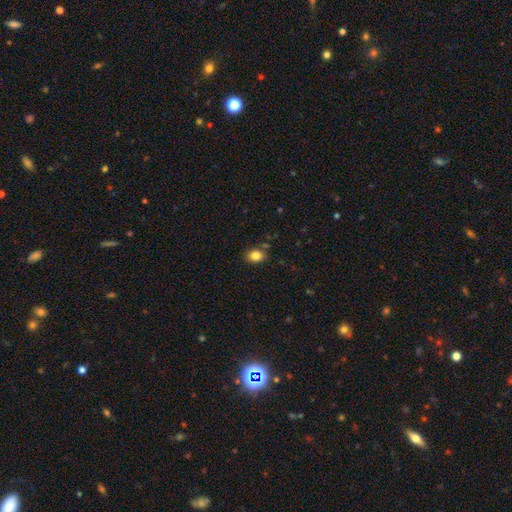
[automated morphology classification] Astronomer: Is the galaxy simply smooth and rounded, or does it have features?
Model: smooth — 83%.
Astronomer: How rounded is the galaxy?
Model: in between — 56% (runner-up: round, 43%).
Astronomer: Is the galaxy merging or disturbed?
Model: none — 82%.